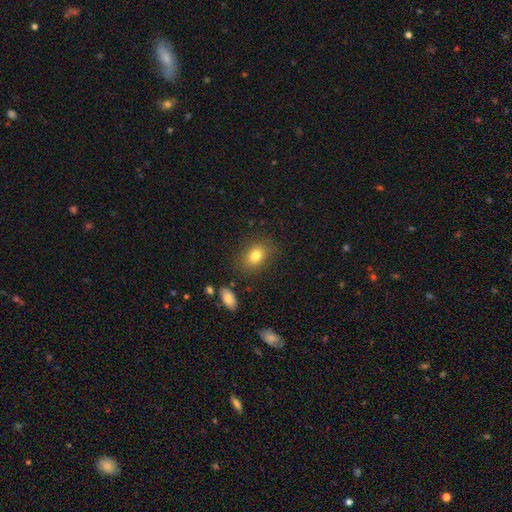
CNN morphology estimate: The model was most divided on "how rounded": in between: 69%, round: 30%, cigar-shaped: 1%. More confident: merging — none (83%); smooth or featured — smooth (80%).